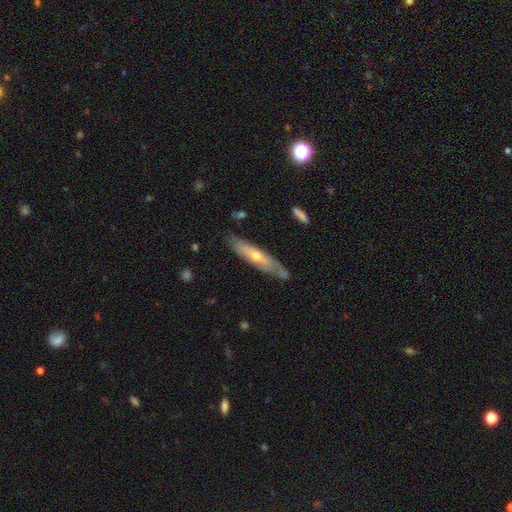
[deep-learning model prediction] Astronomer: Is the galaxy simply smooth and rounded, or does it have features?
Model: featured or disk — 56% (runner-up: smooth, 38%).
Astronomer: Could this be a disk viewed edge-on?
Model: yes — 63%.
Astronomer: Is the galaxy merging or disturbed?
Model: none — 72%.